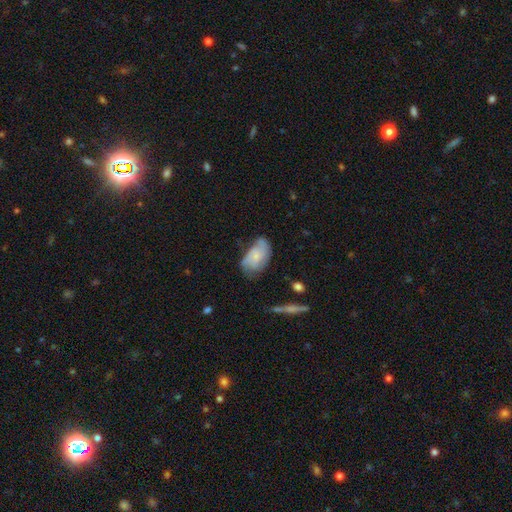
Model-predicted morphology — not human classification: Smooth or featured? Predicted: featured or disk (p=0.47). Merging? Predicted: none (p=0.46).